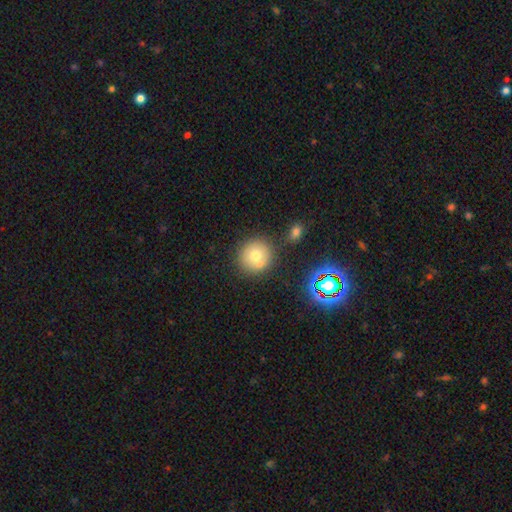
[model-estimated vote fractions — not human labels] The model was most divided on "smooth or featured": smooth: 70%, featured or disk: 17%, star or artifact: 13%. More confident: how rounded — round (93%); merging — none (73%).